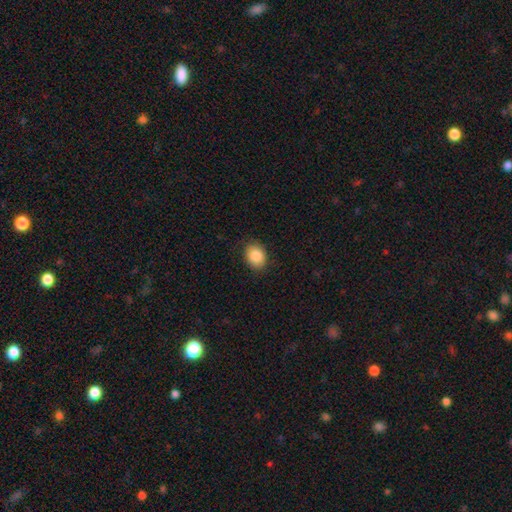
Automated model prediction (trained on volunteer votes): smooth 87%, star or artifact 8%, featured or disk 5%. Down the decision tree: how rounded — in between (56%); merging — none (86%).